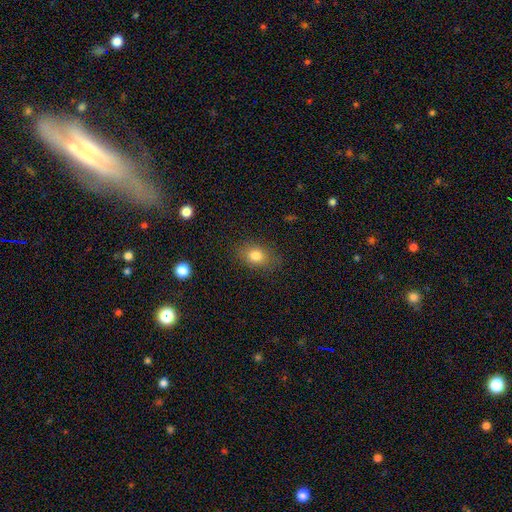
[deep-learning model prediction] smooth_or_featured: smooth (p=0.80) [alt: star or artifact p=0.11]
how_rounded: in between (p=0.65) [alt: round p=0.33]
merging: none (p=0.81) [alt: minor disturbance p=0.14]